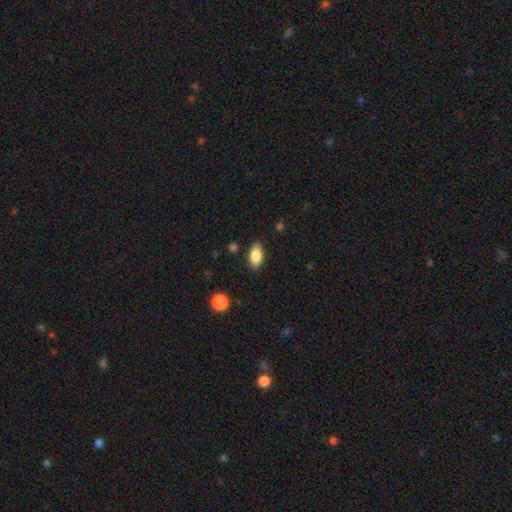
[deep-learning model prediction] smooth-or-featured: smooth: 85% | featured or disk: 8% | star or artifact: 7%
  how-rounded: in between: 90% | cigar-shaped: 6% | round: 4%
  merging: none: 85% | minor disturbance: 11% | major disturbance: 2% | merger: 1%